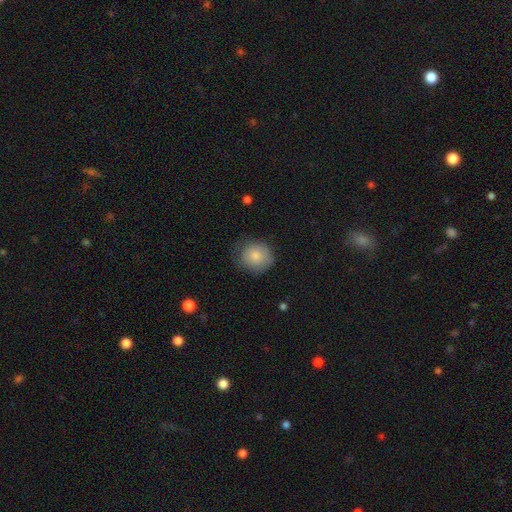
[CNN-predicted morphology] smooth_or_featured: smooth (p=0.83) [alt: featured or disk p=0.10]
how_rounded: round (p=0.84) [alt: in between p=0.15]
merging: none (p=0.70) [alt: minor disturbance p=0.23]